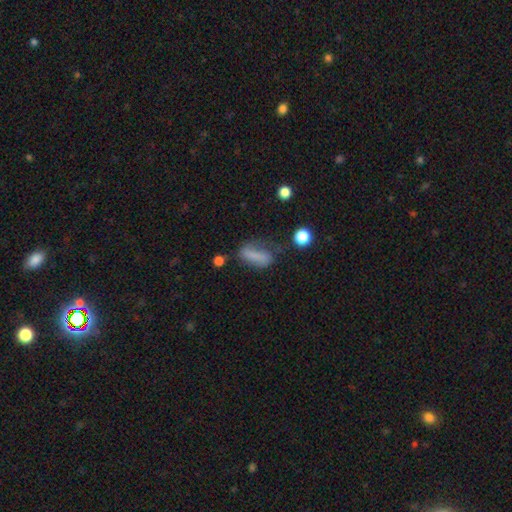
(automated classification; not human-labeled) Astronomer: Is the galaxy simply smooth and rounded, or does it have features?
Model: smooth — 70%.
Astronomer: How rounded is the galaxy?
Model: in between — 66%.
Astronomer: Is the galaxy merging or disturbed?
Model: none — 41% (runner-up: minor disturbance, 28%).